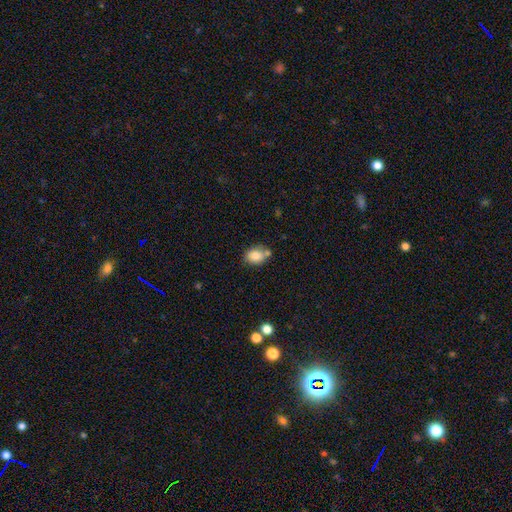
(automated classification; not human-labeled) Q: Smooth or featured?
A: smooth (83%); runner-up: star or artifact (9%)
Q: How rounded?
A: in between (63%); runner-up: round (36%)
Q: Merging?
A: none (59%); runner-up: merger (19%)